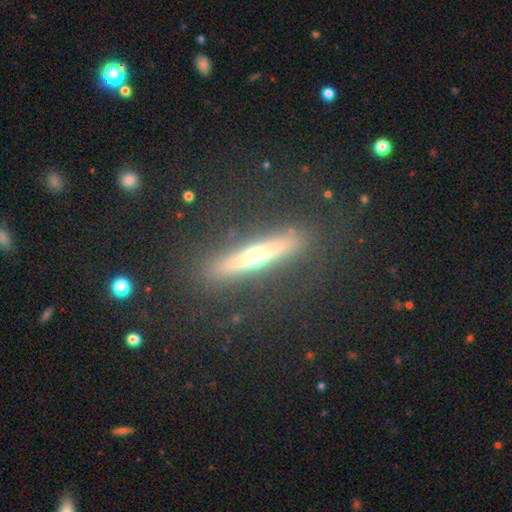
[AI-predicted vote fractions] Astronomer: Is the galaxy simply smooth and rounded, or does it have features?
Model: featured or disk — 62%.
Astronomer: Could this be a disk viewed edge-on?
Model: yes — 92%.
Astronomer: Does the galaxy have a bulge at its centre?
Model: rounded — 91%.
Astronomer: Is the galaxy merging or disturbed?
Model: none — 87%.